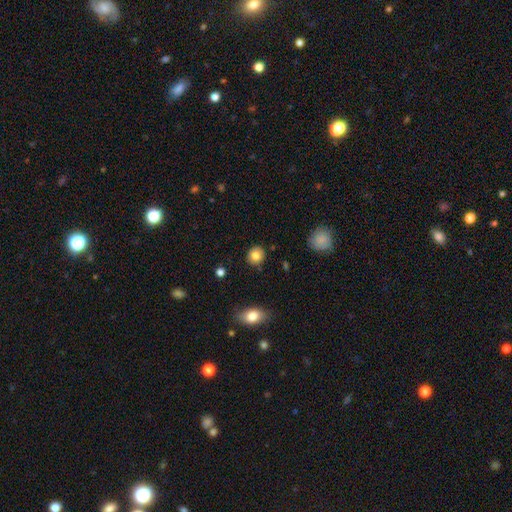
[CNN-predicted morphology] Smooth or featured?
  - smooth: 83% *
  - star or artifact: 10%
  - featured or disk: 7%
How rounded?
  - round: 85% *
  - in between: 14%
  - cigar-shaped: 1%
Merging?
  - none: 89% *
  - minor disturbance: 7%
  - major disturbance: 2%
  - merger: 1%